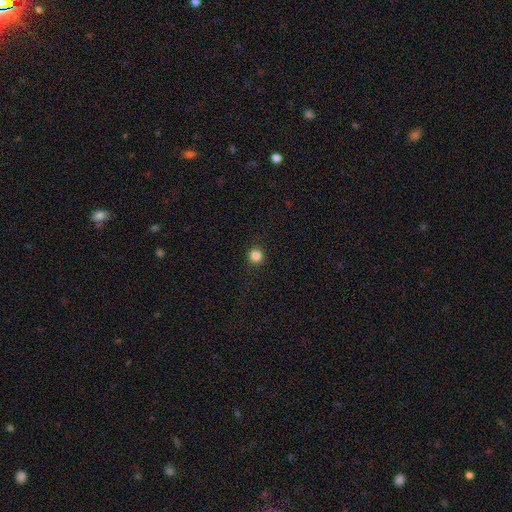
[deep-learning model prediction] smooth 84%, star or artifact 12%, featured or disk 3%. Down the decision tree: how rounded — round (92%); merging — none (91%).